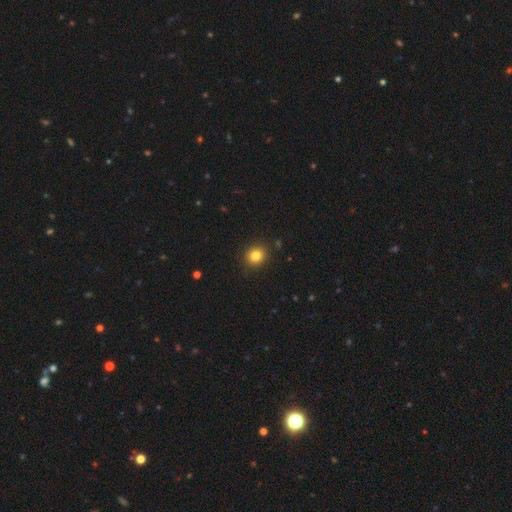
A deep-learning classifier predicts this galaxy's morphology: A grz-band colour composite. It shows a smooth galaxy with no disk features (82%) that is round (81%). Merging: none (90%).